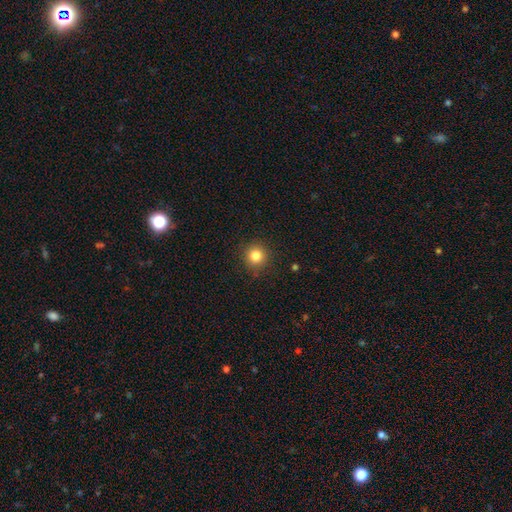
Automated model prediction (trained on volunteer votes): The model was most divided on "smooth or featured": smooth: 82%, star or artifact: 12%, featured or disk: 6%. More confident: how rounded — round (94%); merging — none (90%).